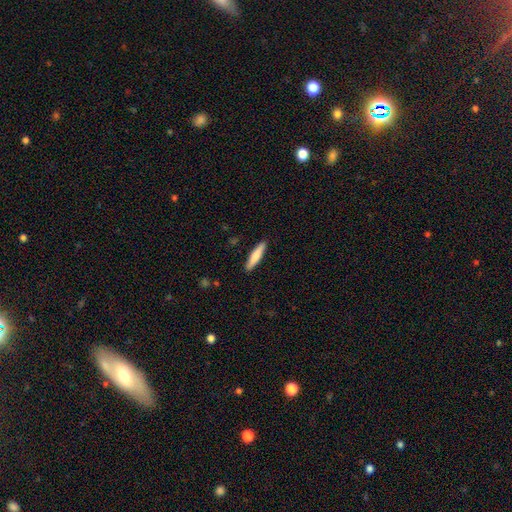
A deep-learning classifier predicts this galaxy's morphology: This appears to be a smooth galaxy with no disk features (79%) that is cigar-shaped (88%). Merging: none (90%).